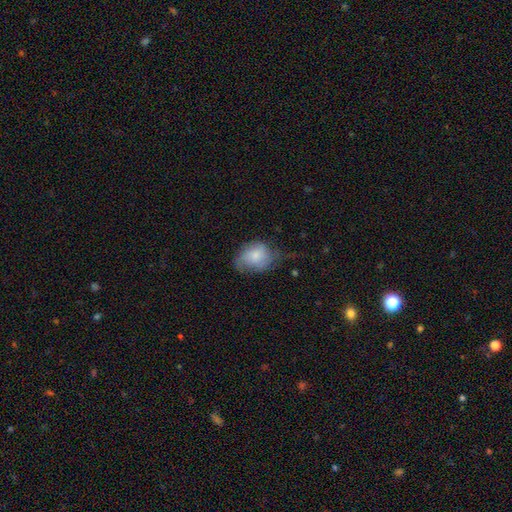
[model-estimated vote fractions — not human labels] smooth 66%, featured or disk 27%, star or artifact 8%. Down the decision tree: how rounded — in between (59%); merging — minor disturbance (37%).